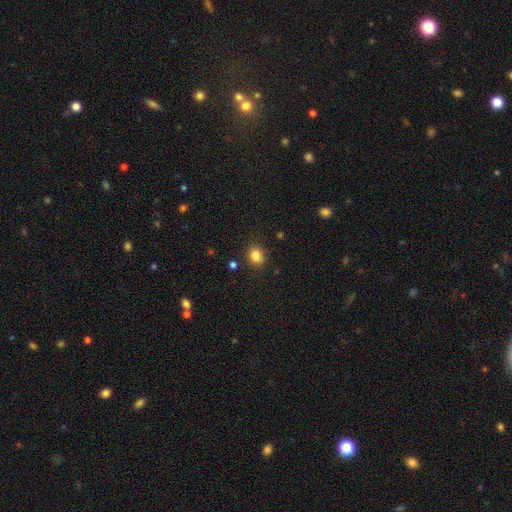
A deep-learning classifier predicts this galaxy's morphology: Smooth or featured?
  - smooth: 83% *
  - star or artifact: 11%
  - featured or disk: 5%
How rounded?
  - round: 70% *
  - in between: 29%
  - cigar-shaped: 1%
Merging?
  - none: 82% *
  - minor disturbance: 12%
  - merger: 3%
  - major disturbance: 3%